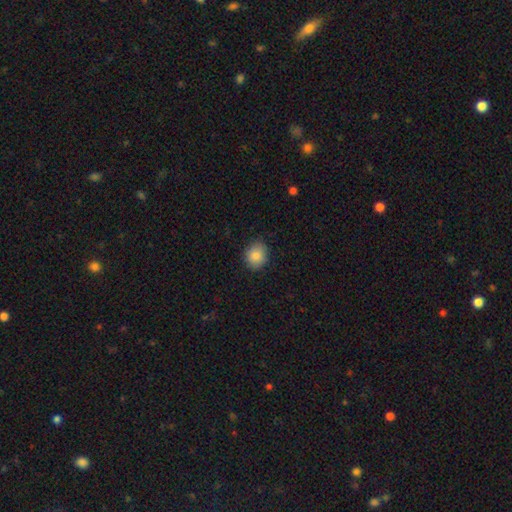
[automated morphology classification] Smooth or featured?
  - smooth: 86% *
  - star or artifact: 9%
  - featured or disk: 6%
How rounded?
  - round: 67% *
  - in between: 32%
  - cigar-shaped: 1%
Merging?
  - none: 84% *
  - minor disturbance: 12%
  - major disturbance: 2%
  - merger: 1%